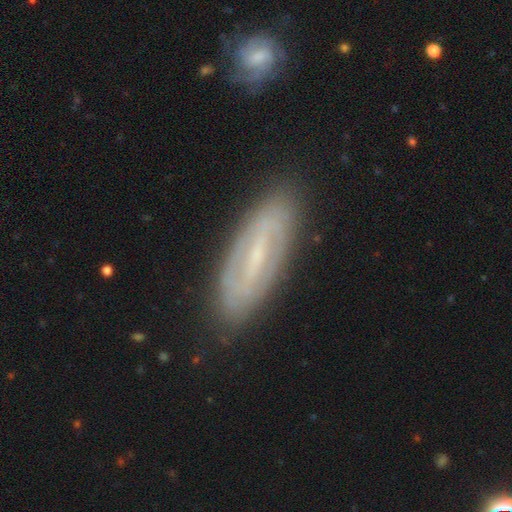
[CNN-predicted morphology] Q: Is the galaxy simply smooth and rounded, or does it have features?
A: featured or disk — 70%.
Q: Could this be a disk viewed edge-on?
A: no — 80%.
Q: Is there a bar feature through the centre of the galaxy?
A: strong — 46%.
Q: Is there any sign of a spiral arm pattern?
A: yes — 67%.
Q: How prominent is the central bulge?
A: small — 63%.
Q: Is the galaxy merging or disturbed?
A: none — 84%.